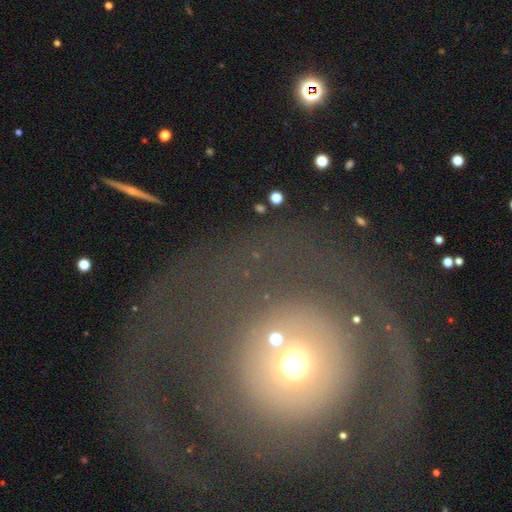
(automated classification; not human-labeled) Overall: featured or disk (50%; smooth 36%). Edge-on disk: no (94%). Merging: none (67%).